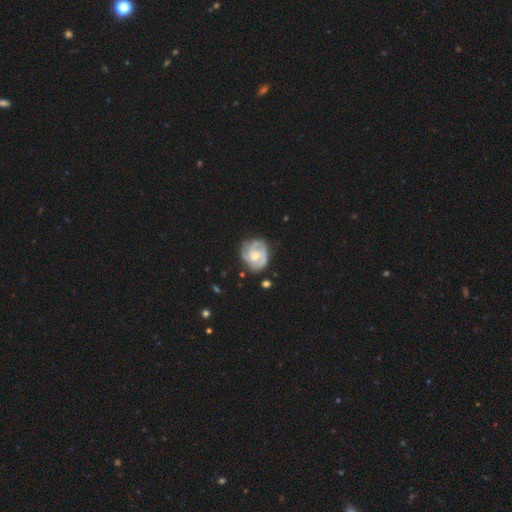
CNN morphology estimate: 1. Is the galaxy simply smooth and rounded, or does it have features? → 77% featured or disk, 18% smooth, 5% star or artifact.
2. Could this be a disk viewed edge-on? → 98% no, 2% yes.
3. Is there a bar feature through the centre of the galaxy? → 59% no, 34% weak, 6% strong.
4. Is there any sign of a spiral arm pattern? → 91% yes, 9% no.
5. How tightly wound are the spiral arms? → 54% tight, 37% medium, 10% loose.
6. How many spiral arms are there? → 35% 3, 27% 2, 24% can't tell, 6% 4, 4% 1, 4% more than 4.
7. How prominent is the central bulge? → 55% moderate, 33% small, 6% large, 5% none, 1% dominant.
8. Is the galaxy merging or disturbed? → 68% none, 22% minor disturbance, 9% major disturbance, 2% merger.